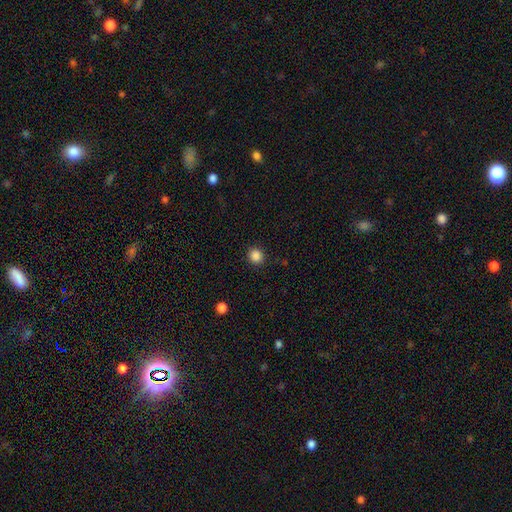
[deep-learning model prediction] smooth 86%, star or artifact 11%, featured or disk 3%. Down the decision tree: how rounded — round (90%); merging — none (90%).